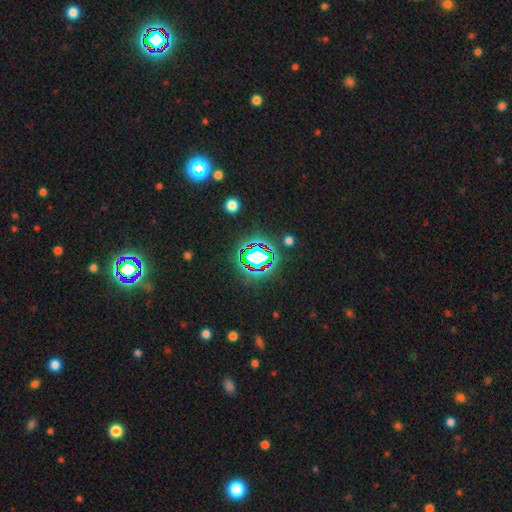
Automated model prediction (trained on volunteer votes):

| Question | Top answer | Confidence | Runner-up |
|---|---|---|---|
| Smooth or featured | star or artifact | 79% | smooth (12%) |